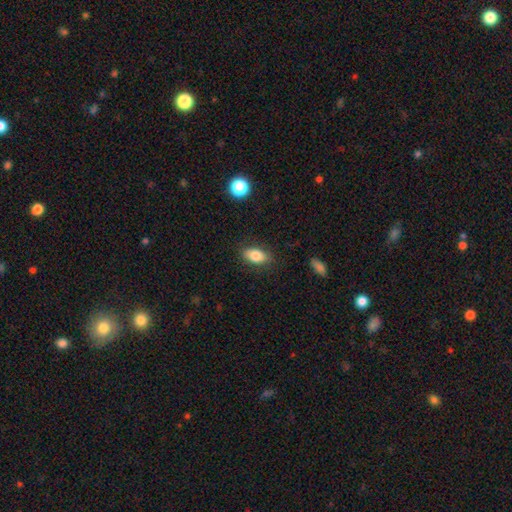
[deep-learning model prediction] A smooth galaxy with no disk features (81%) that is in between round and cigar-shaped (89%).

Vote fractions:
- Smooth or featured? smooth: 81% / featured or disk: 11% / star or artifact: 8%
- How rounded? in between: 89% / round: 8% / cigar-shaped: 3%
- Merging? none: 83% / minor disturbance: 12% / major disturbance: 3% / merger: 1%